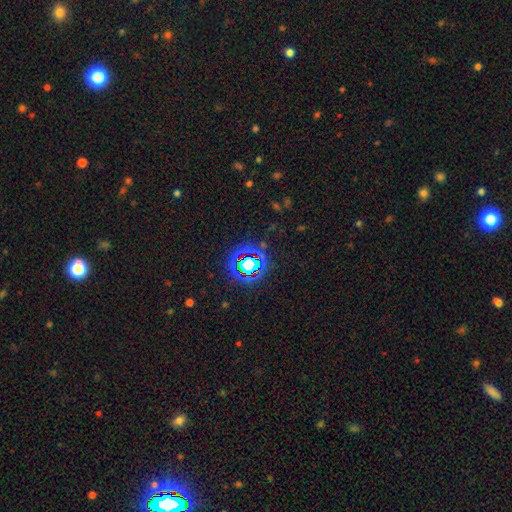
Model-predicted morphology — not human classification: This is likely a star or artifact rather than a galaxy (74%).